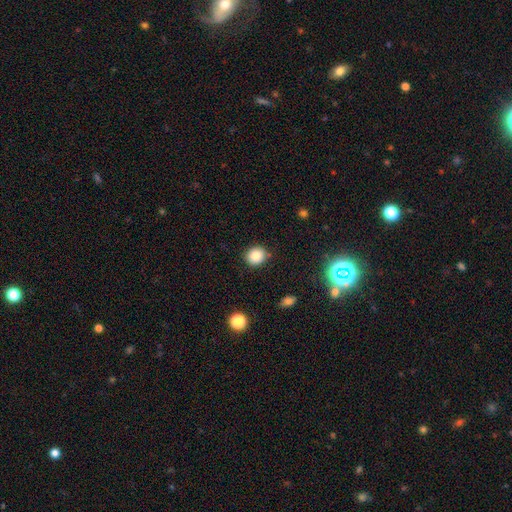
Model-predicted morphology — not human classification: Smooth or featured: smooth — 83% (star or artifact — 11%)
How rounded: round — 81% (in between — 18%)
Merging: none — 87% (minor disturbance — 9%)